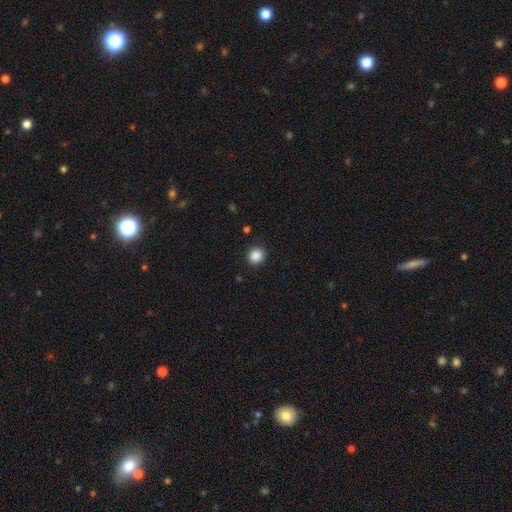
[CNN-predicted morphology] A smooth galaxy with no disk features (88%) that is round (86%). Merging: none (90%).